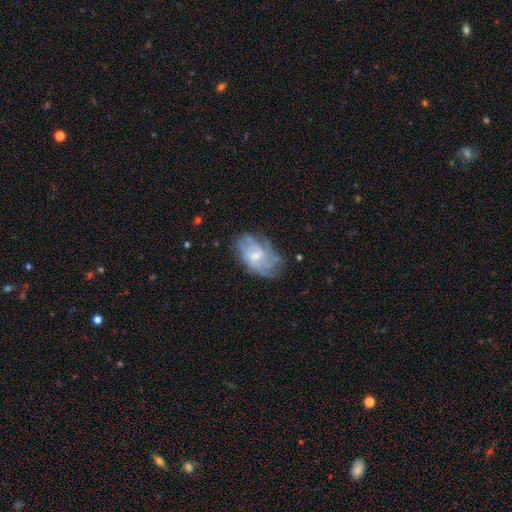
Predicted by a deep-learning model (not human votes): Q: Smooth or featured?
A: featured or disk (63%); runner-up: smooth (30%)
Q: Edge-on disk?
A: no (96%); runner-up: yes (4%)
Q: Bar?
A: no (47%); runner-up: weak (46%)
Q: Spiral arms?
A: yes (63%); runner-up: no (37%)
Q: Bulge size?
A: small (49%); runner-up: moderate (39%)
Q: Merging?
A: none (55%); runner-up: minor disturbance (27%)